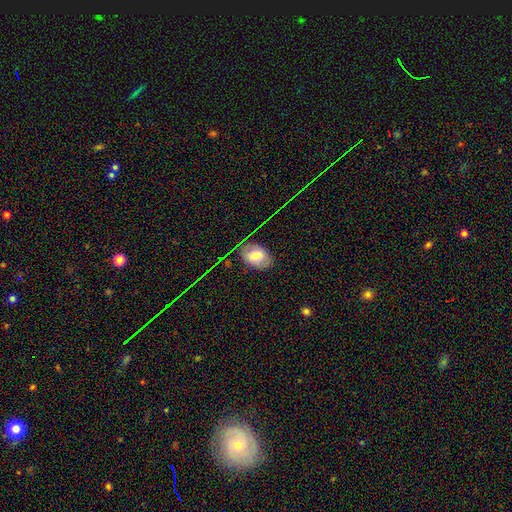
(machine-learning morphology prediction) smooth 67%, featured or disk 20%, star or artifact 12%. Down the decision tree: how rounded — in between (87%); merging — none (76%).